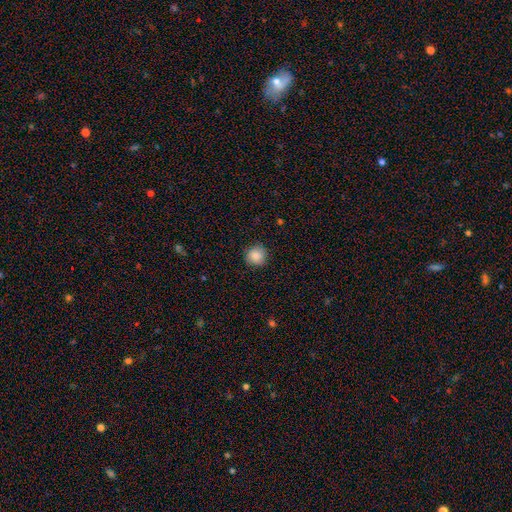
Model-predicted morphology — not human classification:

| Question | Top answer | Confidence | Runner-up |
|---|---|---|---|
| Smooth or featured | smooth | 87% | star or artifact (8%) |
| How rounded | round | 92% | in between (7%) |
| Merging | none | 87% | minor disturbance (10%) |